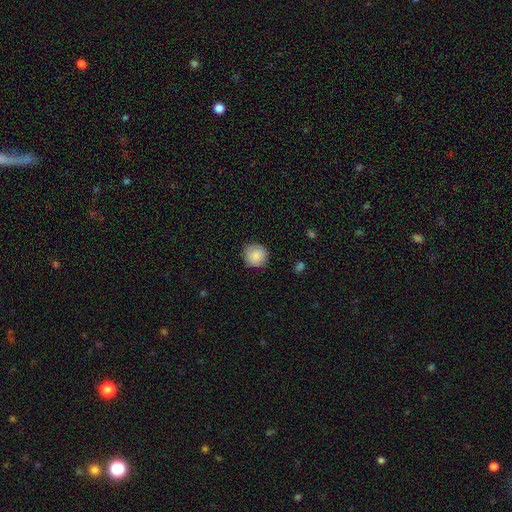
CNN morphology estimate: type=smooth (86%); roundness=round (90%); merging=none (82%).